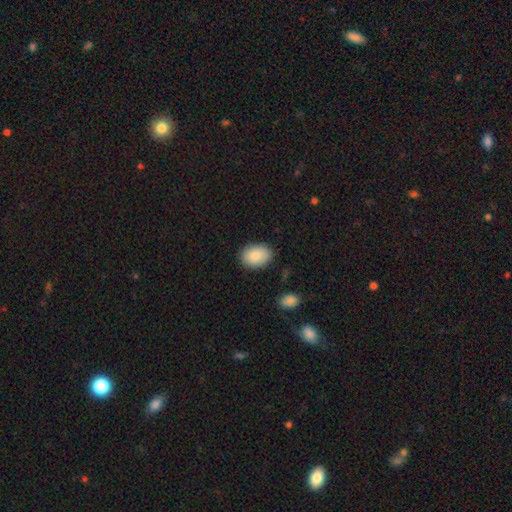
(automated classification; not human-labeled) This appears to be a smooth galaxy with no disk features (87%) that is in between round and cigar-shaped (80%). Merging: none (85%).